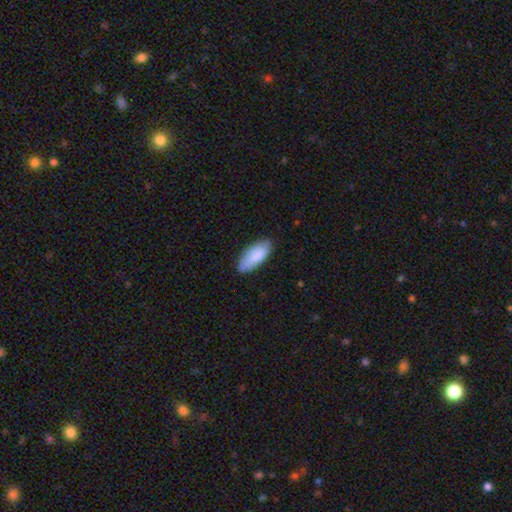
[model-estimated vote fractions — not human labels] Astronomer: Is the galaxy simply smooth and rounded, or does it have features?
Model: smooth — 86%.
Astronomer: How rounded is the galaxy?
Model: in between — 85%.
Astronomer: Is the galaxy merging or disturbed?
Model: none — 79%.